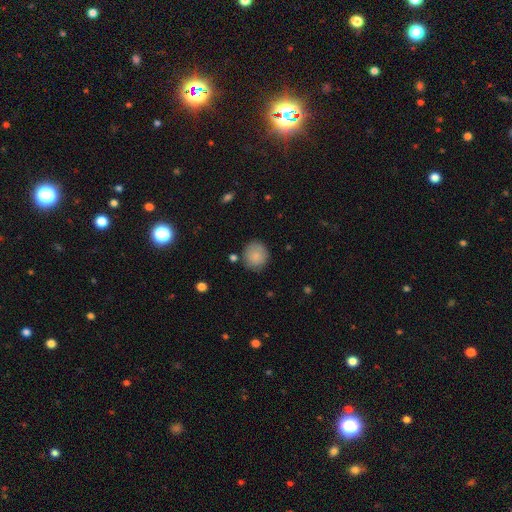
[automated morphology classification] type=smooth (86%); roundness=round (86%); merging=none (81%).